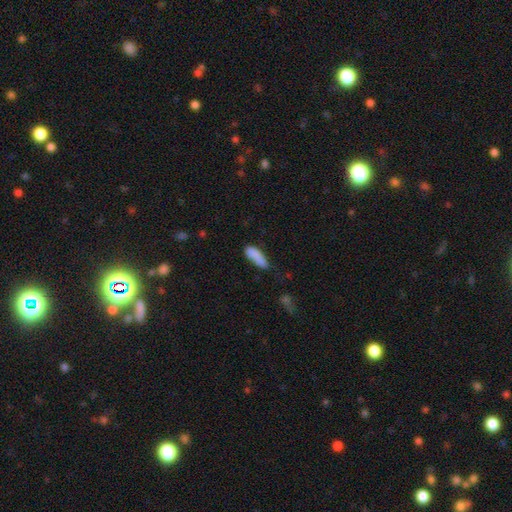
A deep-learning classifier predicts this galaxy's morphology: smooth_or_featured: smooth (p=0.85) [alt: featured or disk p=0.08]
how_rounded: in between (p=0.52) [alt: cigar-shaped p=0.46]
merging: none (p=0.59) [alt: minor disturbance p=0.28]